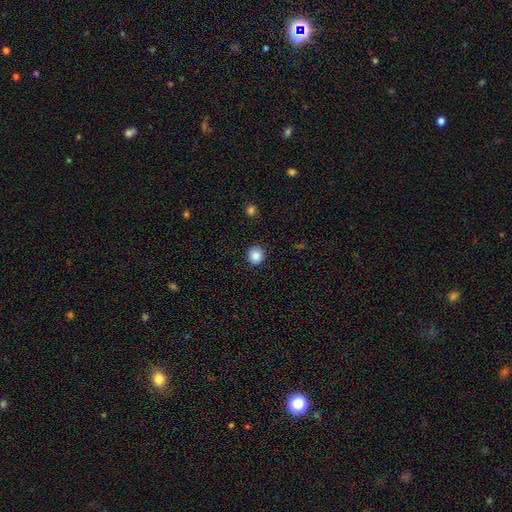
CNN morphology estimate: This is clearly a smooth galaxy (87%). How rounded: clearly round (94%). Merging: clearly none (92%).